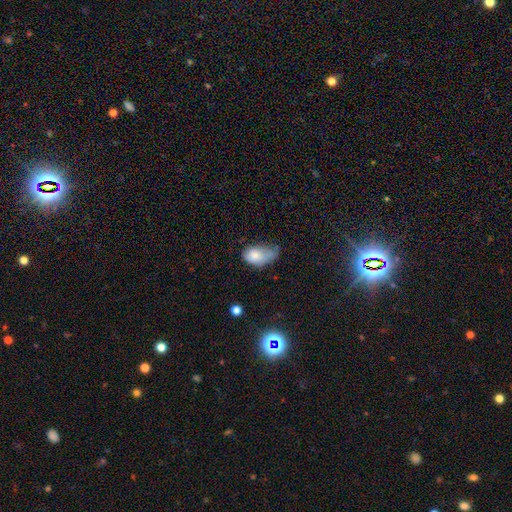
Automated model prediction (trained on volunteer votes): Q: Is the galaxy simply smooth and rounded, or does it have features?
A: smooth — 74%.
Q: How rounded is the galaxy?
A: in between — 89%.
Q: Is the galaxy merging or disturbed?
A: minor disturbance — 42%.